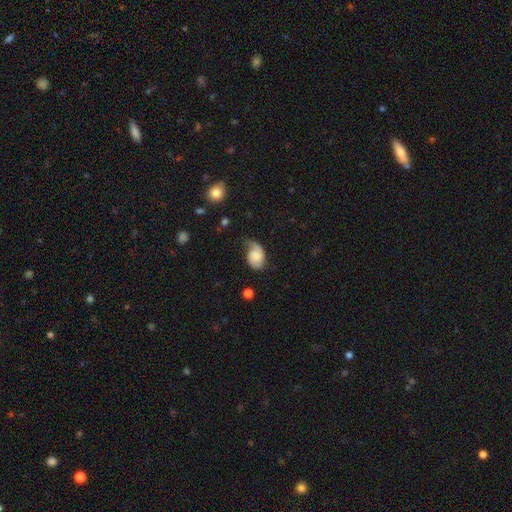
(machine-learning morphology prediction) This appears to be a smooth galaxy with no disk features (47%). Merging: none (36%, tied with minor disturbance).